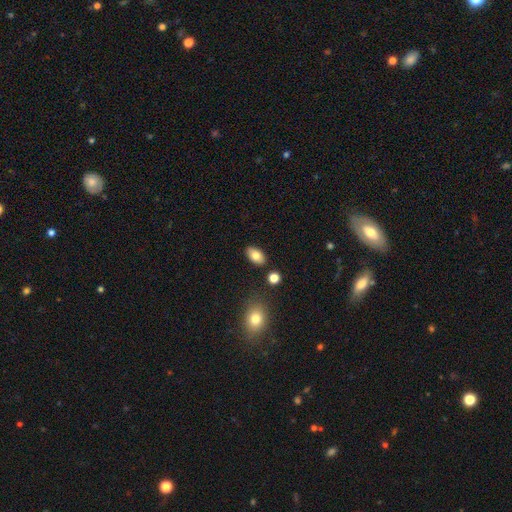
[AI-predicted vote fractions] smooth-or-featured: smooth: 80% | featured or disk: 12% | star or artifact: 8%
  how-rounded: in between: 92% | round: 6% | cigar-shaped: 2%
  merging: none: 85% | minor disturbance: 9% | merger: 3% | major disturbance: 2%